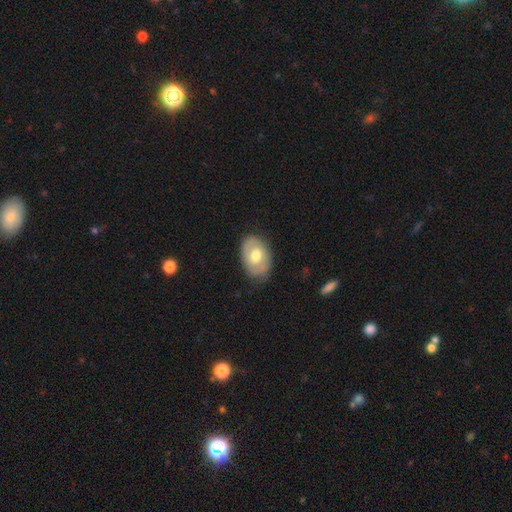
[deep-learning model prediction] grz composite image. It shows a smooth galaxy with no disk features (60%) that is in between round and cigar-shaped (83%). Merging: none (77%).